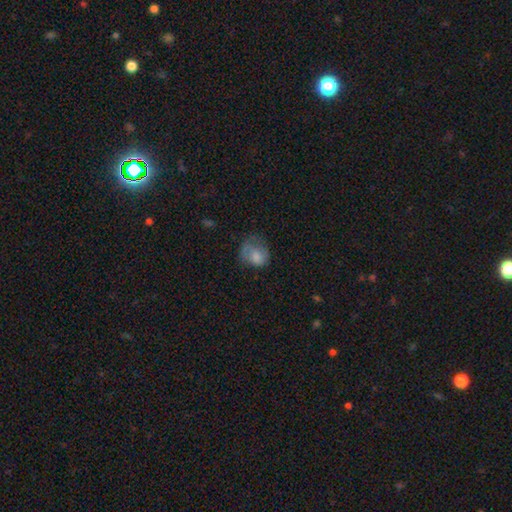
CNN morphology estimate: The model was most divided on "merging": none: 39%, minor disturbance: 32%, major disturbance: 27%, merger: 2%. More confident: smooth or featured — smooth (75%); how rounded — round (57%).